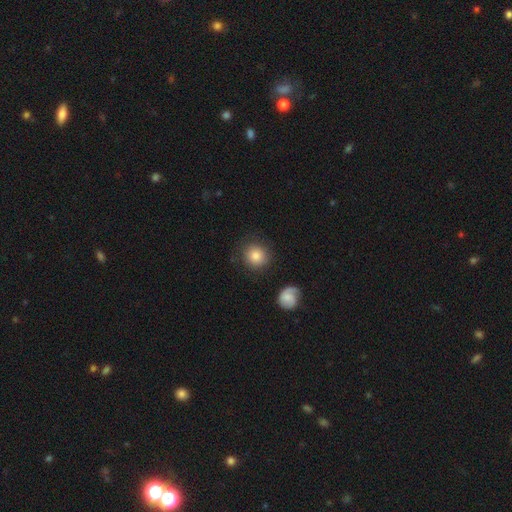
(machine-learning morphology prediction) smooth-or-featured: smooth: 83% | featured or disk: 9% | star or artifact: 9%
  how-rounded: round: 90% | in between: 9% | cigar-shaped: 1%
  merging: none: 84% | minor disturbance: 9% | major disturbance: 4% | merger: 3%